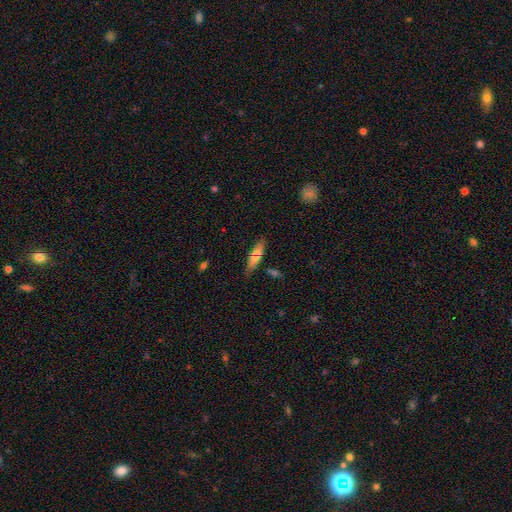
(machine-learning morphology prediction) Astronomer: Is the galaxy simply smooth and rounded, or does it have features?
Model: smooth — 67%.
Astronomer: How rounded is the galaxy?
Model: cigar-shaped — 69%.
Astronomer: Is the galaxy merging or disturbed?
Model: none — 80%.